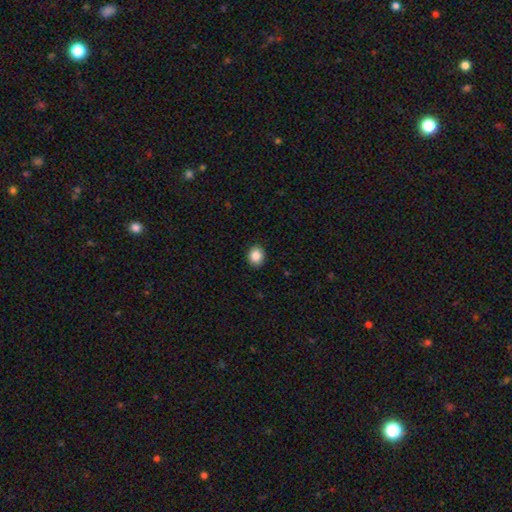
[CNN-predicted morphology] Smooth or featured: smooth — 87% (star or artifact — 9%)
How rounded: round — 68% (in between — 32%)
Merging: none — 91% (minor disturbance — 6%)